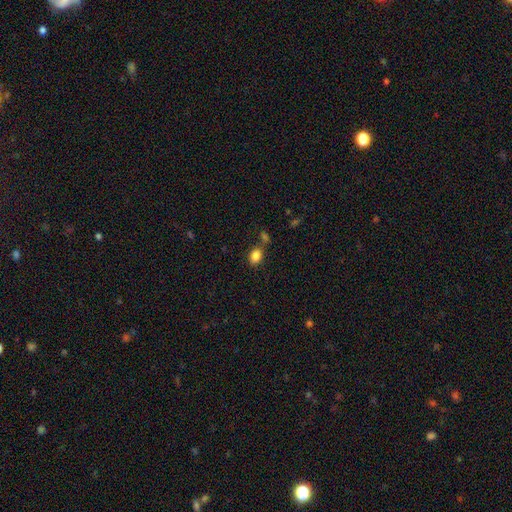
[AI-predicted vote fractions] smooth 85%, star or artifact 10%, featured or disk 5%. Down the decision tree: how rounded — in between (69%); merging — none (66%).